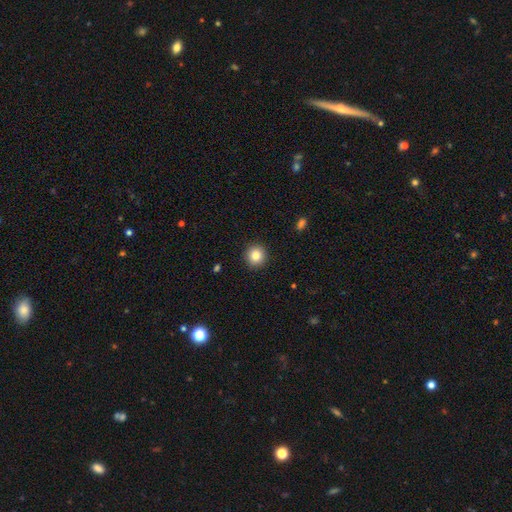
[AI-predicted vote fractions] smooth_or_featured: smooth (p=0.84) [alt: star or artifact p=0.10]
how_rounded: round (p=0.93) [alt: in between p=0.06]
merging: none (p=0.92) [alt: minor disturbance p=0.05]